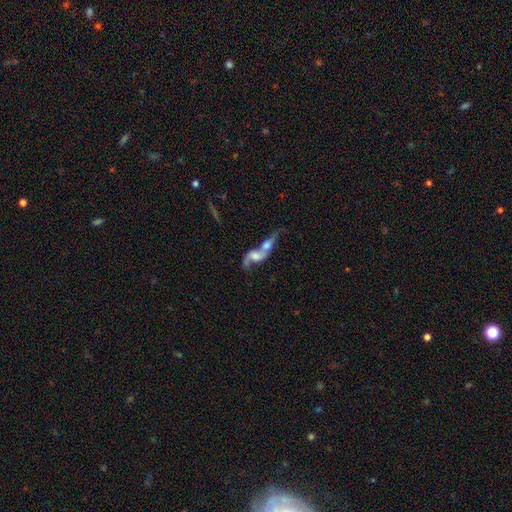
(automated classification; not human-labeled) Smooth or featured? Predicted: featured or disk (p=0.60). Edge-on disk? Predicted: no (p=0.89). Bar? Predicted: no (p=0.63). Spiral arms? Predicted: yes (p=0.74). Bulge size? Predicted: moderate (p=0.37). Merging? Predicted: merger (p=0.79).